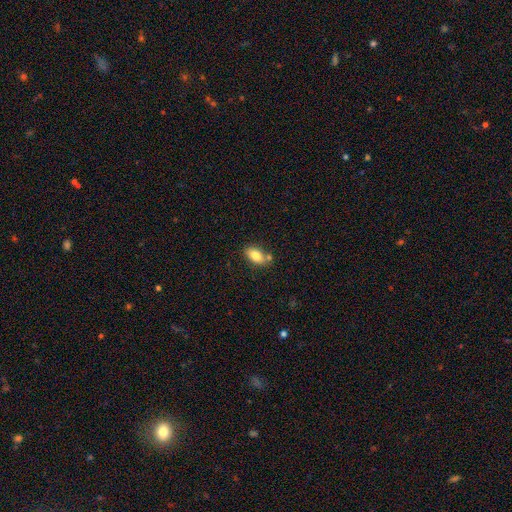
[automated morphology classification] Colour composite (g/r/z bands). It shows a smooth galaxy with no disk features (82%) that is in between round and cigar-shaped (91%). Merging: none (68%).